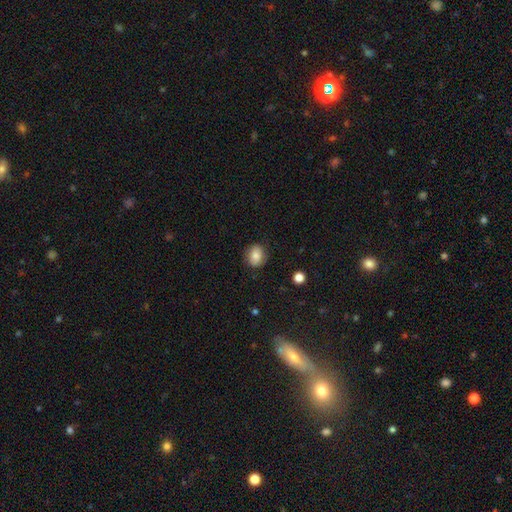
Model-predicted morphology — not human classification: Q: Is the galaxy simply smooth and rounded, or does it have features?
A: smooth — 79%.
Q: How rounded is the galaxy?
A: round — 56%.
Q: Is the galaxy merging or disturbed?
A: none — 80%.